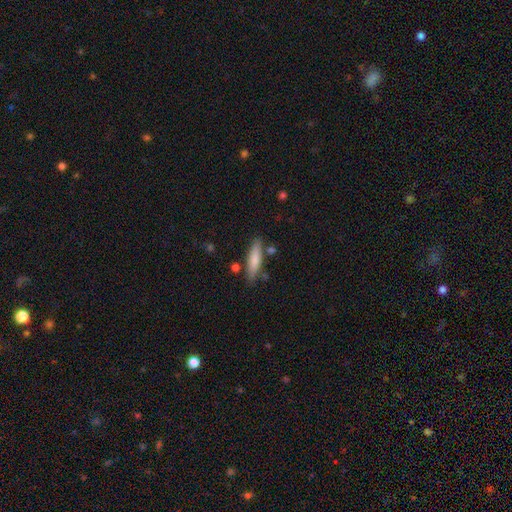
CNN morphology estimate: Q: Smooth or featured?
A: smooth (69%); runner-up: featured or disk (24%)
Q: How rounded?
A: cigar-shaped (82%); runner-up: in between (16%)
Q: Merging?
A: none (81%); runner-up: minor disturbance (12%)